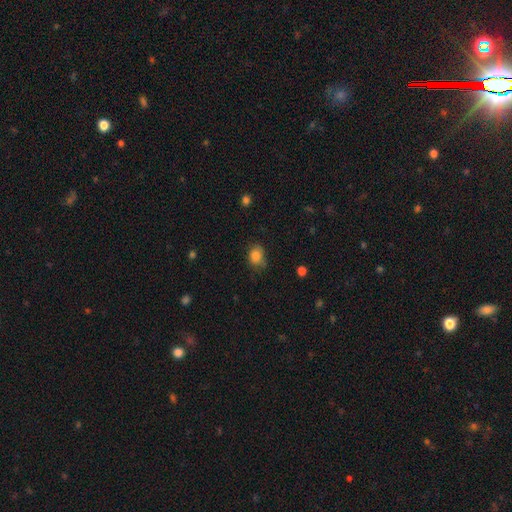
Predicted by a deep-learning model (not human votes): smooth_or_featured: smooth (p=0.84) [alt: star or artifact p=0.10]
how_rounded: round (p=0.51) [alt: in between p=0.48]
merging: none (p=0.66) [alt: minor disturbance p=0.26]